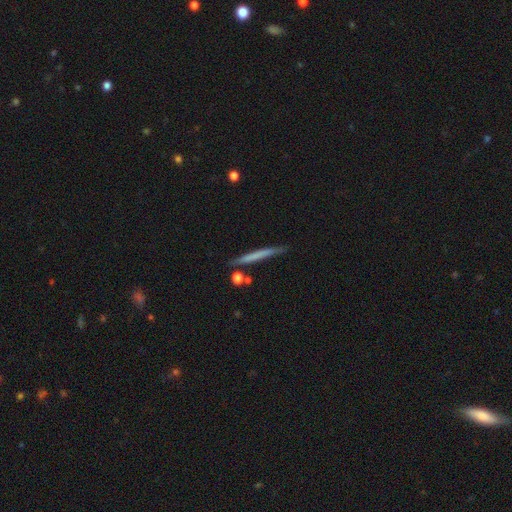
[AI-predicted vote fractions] Overall: smooth (55%; featured or disk 39%). How rounded: cigar-shaped (96%). Merging: none (81%).